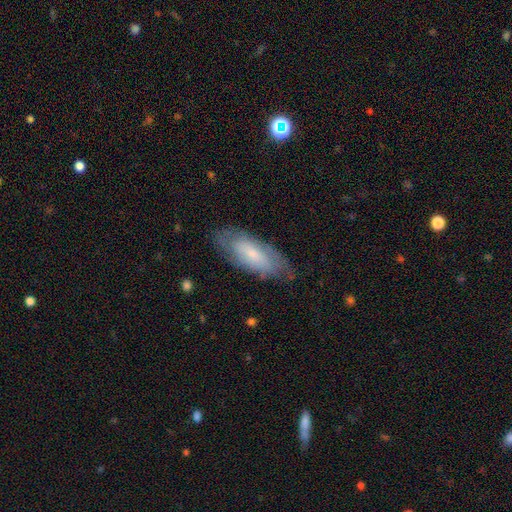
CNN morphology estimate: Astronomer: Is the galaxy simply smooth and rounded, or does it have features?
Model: smooth — 51% (runner-up: featured or disk, 42%).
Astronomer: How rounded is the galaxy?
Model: in between — 79%.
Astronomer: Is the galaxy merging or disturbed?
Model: none — 72%.